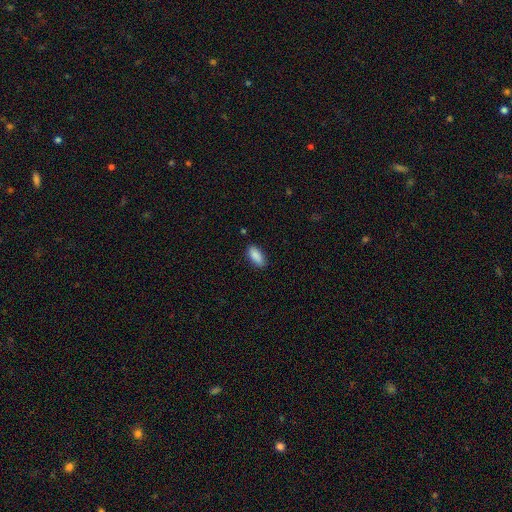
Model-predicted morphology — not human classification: smooth-or-featured: smooth: 89% | star or artifact: 7% | featured or disk: 4%
  how-rounded: in between: 84% | cigar-shaped: 14% | round: 2%
  merging: none: 85% | minor disturbance: 11% | major disturbance: 2% | merger: 1%